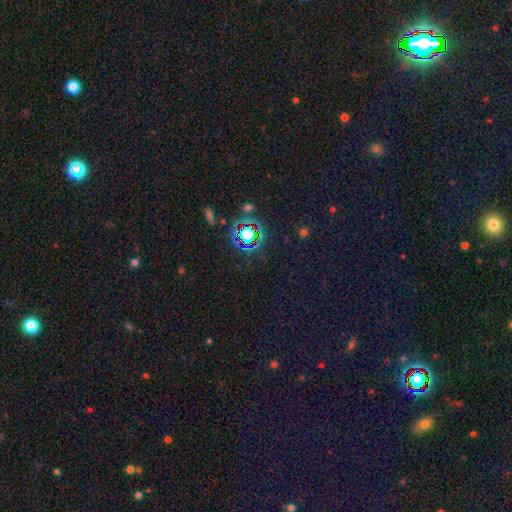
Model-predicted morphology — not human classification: star or artifact 72%, smooth 20%, featured or disk 8%.